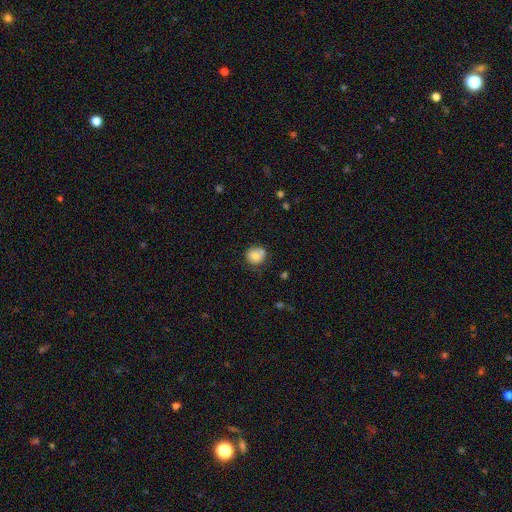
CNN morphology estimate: This is likely a smooth galaxy (78%). How rounded: clearly round (81%). Merging: likely none (60%).